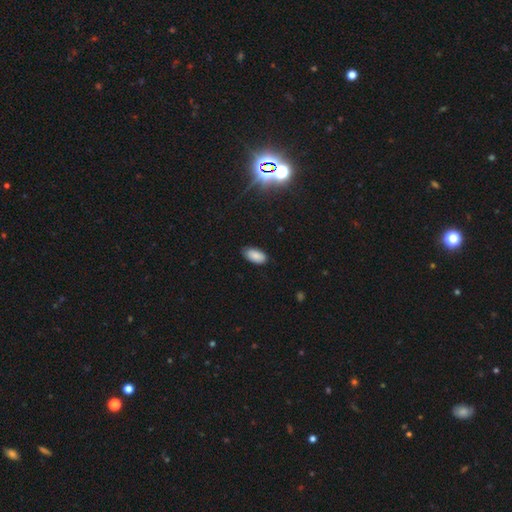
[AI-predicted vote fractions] Smooth or featured?
  - smooth: 85% *
  - star or artifact: 9%
  - featured or disk: 6%
How rounded?
  - in between: 94% *
  - cigar-shaped: 3%
  - round: 2%
Merging?
  - none: 80% *
  - minor disturbance: 17%
  - major disturbance: 2%
  - merger: 1%